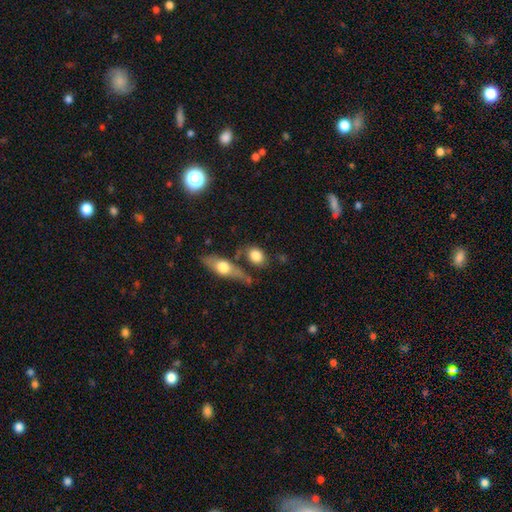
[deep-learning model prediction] The model was most divided on "how rounded": in between: 55%, round: 40%, cigar-shaped: 5%. More confident: smooth or featured — smooth (79%); merging — none (64%).